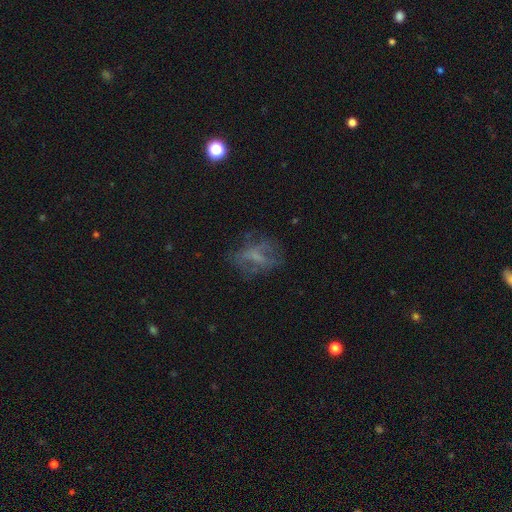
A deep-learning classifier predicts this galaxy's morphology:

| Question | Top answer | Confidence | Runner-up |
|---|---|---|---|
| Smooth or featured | featured or disk | 48% | smooth (34%) |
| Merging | none | 54% | major disturbance (24%) |